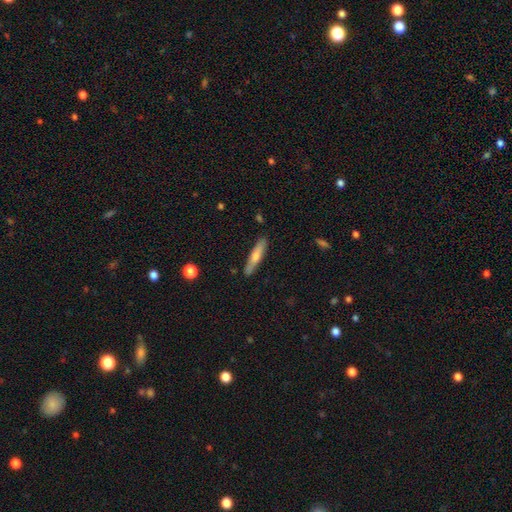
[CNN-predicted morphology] This appears to be a smooth galaxy with no disk features (55%) that is cigar-shaped (87%). Merging: none (87%).